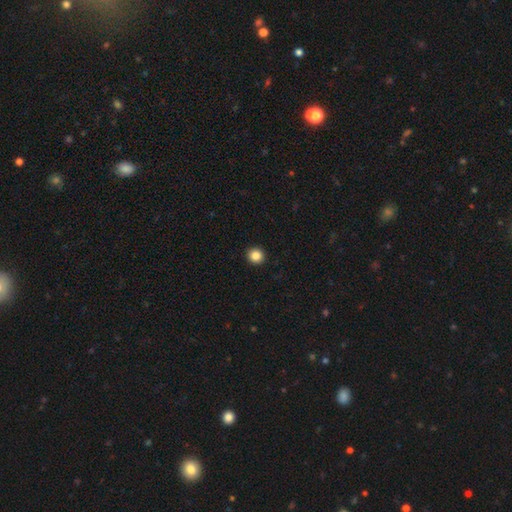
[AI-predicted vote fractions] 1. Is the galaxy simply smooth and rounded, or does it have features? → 85% smooth, 10% star or artifact, 4% featured or disk.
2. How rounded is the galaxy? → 93% round, 6% in between, 1% cigar-shaped.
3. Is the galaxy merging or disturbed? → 94% none, 4% minor disturbance, 1% major disturbance, 1% merger.